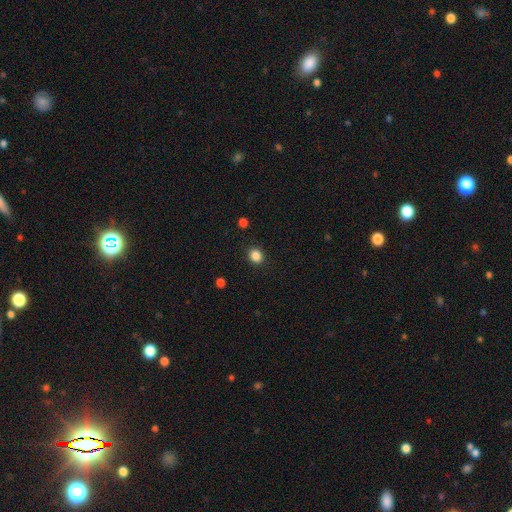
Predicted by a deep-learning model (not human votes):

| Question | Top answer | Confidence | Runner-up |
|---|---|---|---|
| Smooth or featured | smooth | 85% | star or artifact (11%) |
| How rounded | round | 79% | in between (20%) |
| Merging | none | 91% | minor disturbance (6%) |